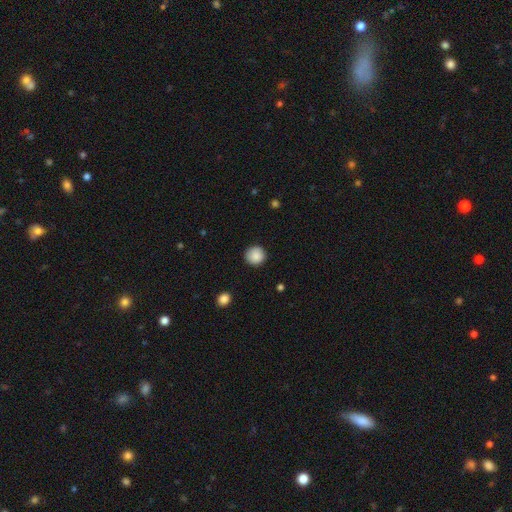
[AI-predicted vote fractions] Smooth or featured?
  - smooth: 88% *
  - star or artifact: 8%
  - featured or disk: 4%
How rounded?
  - round: 94% *
  - in between: 5%
  - cigar-shaped: 1%
Merging?
  - none: 90% *
  - minor disturbance: 7%
  - major disturbance: 2%
  - merger: 1%